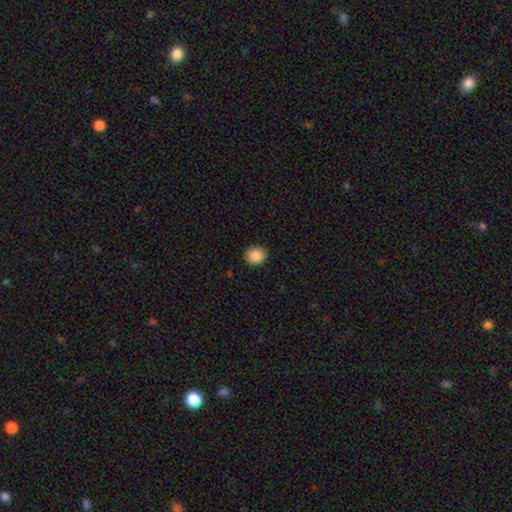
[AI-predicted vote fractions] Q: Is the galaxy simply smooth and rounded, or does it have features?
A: smooth — 89%.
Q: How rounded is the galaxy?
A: round — 82%.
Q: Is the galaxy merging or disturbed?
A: none — 91%.